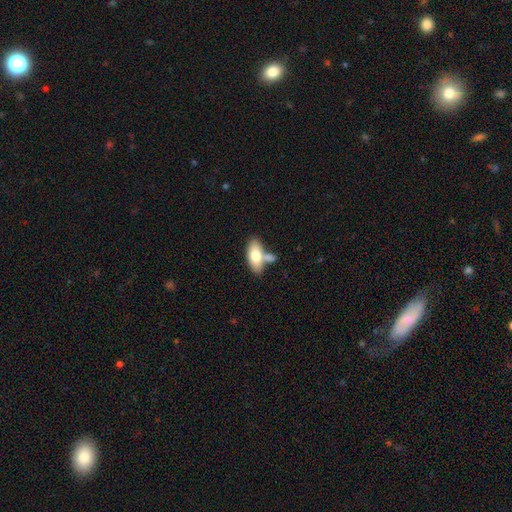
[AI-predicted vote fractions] This appears to be a smooth galaxy with no disk features (72%) that is in between round and cigar-shaped (88%). Merging: none (45%).